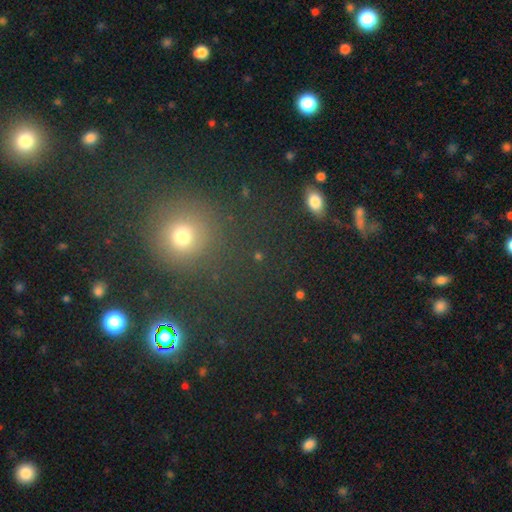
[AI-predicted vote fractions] Morphology: type=smooth (55%); roundness=round (93%); merging=none (87%).